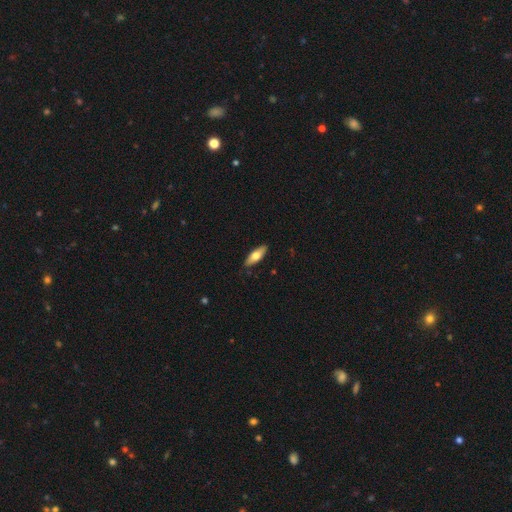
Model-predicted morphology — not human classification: This is likely a smooth galaxy (64%). How rounded: likely in between (62%). Merging: clearly none (87%).